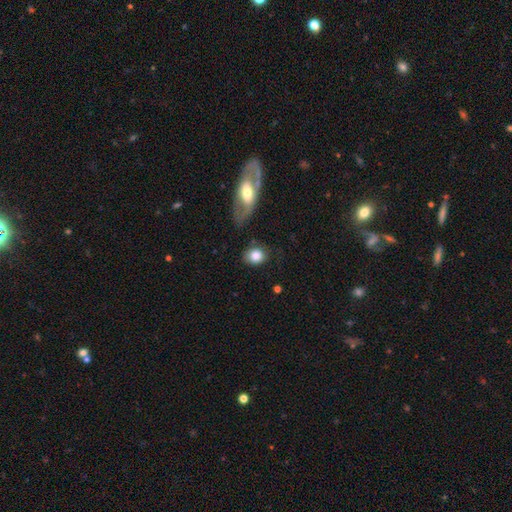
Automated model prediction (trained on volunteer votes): A smooth galaxy with no disk features (83%) that is round (57%).

Vote fractions:
- Smooth or featured? smooth: 83% / featured or disk: 10% / star or artifact: 7%
- How rounded? round: 57% / in between: 41% / cigar-shaped: 2%
- Merging? none: 67% / minor disturbance: 18% / major disturbance: 8% / merger: 7%